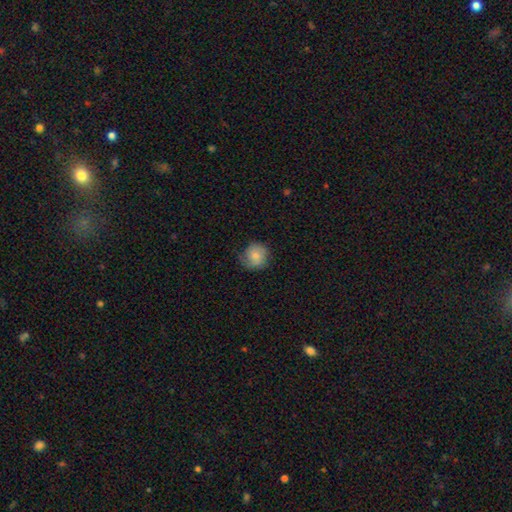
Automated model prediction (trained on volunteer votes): The model was most divided on "merging": none: 67%, minor disturbance: 24%, major disturbance: 8%, merger: 1%. More confident: how rounded — round (87%); smooth or featured — smooth (74%).